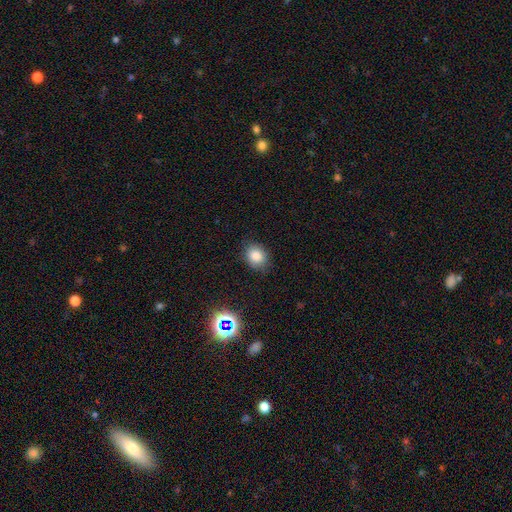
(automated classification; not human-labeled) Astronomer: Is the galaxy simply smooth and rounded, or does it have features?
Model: smooth — 83%.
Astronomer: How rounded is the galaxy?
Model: in between — 54% (runner-up: round, 45%).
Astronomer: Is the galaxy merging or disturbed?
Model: none — 83%.